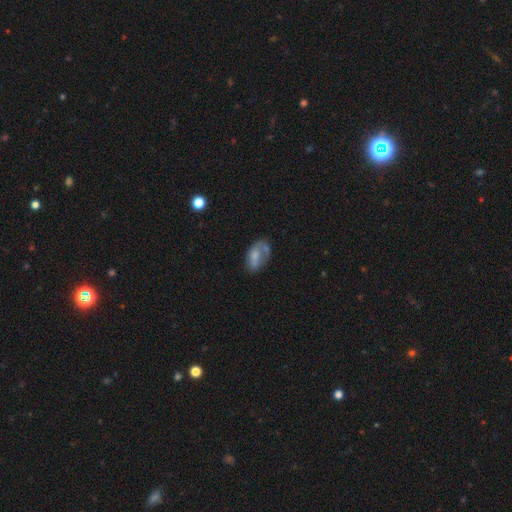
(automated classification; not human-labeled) smooth_or_featured: smooth (p=0.58) [alt: featured or disk p=0.33]
how_rounded: in between (p=0.90) [alt: round p=0.07]
merging: none (p=0.43) [alt: minor disturbance p=0.27]